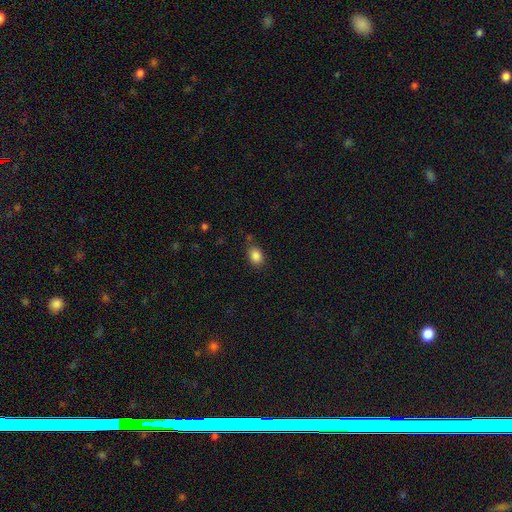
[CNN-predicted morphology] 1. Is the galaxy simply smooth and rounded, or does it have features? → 86% smooth, 9% star or artifact, 4% featured or disk.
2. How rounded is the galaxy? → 74% in between, 24% round, 1% cigar-shaped.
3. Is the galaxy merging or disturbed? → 75% none, 17% minor disturbance, 5% merger, 4% major disturbance.